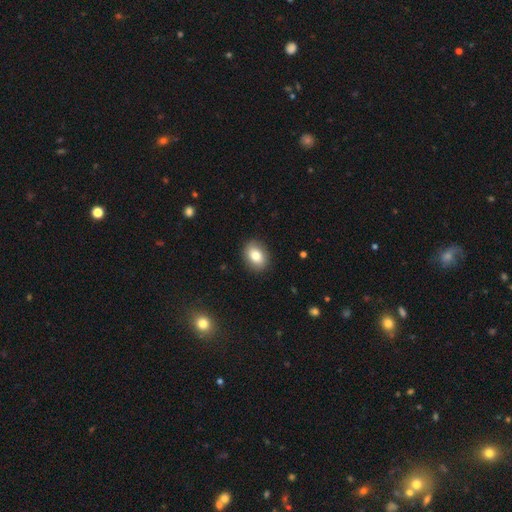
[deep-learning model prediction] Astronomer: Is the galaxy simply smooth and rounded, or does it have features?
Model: smooth — 81%.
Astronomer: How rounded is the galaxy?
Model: in between — 70%.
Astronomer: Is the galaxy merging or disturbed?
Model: none — 88%.